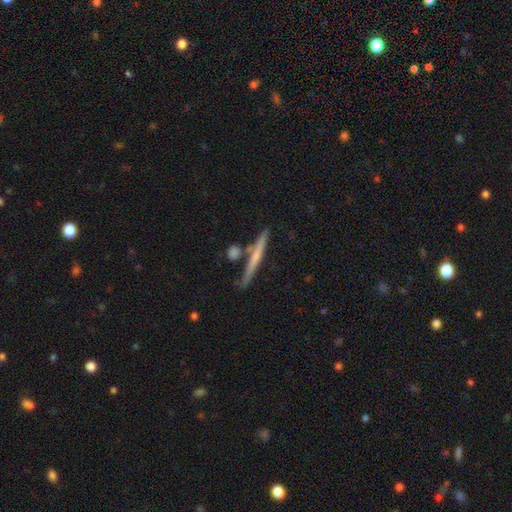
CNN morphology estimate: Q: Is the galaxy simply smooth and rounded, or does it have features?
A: featured or disk — 49%.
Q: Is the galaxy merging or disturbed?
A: none — 75%.